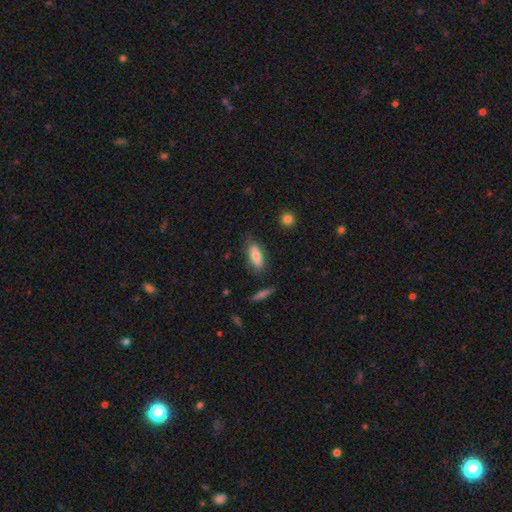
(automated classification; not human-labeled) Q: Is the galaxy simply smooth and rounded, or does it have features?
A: smooth — 77%.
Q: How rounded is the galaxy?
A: in between — 75%.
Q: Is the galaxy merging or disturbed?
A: none — 74%.